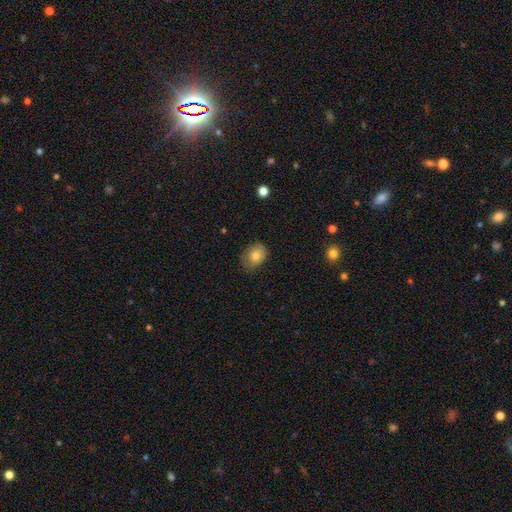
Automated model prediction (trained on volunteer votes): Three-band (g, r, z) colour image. It shows a smooth galaxy with no disk features (79%) that is in between round and cigar-shaped (67%). Merging: none (74%).